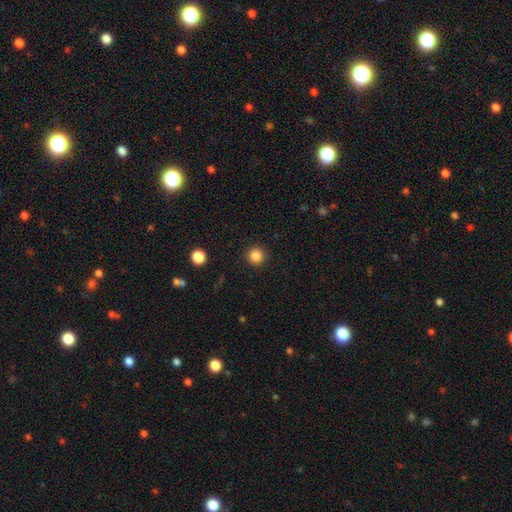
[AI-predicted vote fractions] A smooth galaxy with no disk features (85%) that is round (95%).

Vote fractions:
- Smooth or featured? smooth: 85% / star or artifact: 11% / featured or disk: 3%
- How rounded? round: 95% / in between: 5% / cigar-shaped: 1%
- Merging? none: 91% / minor disturbance: 6% / major disturbance: 2% / merger: 1%